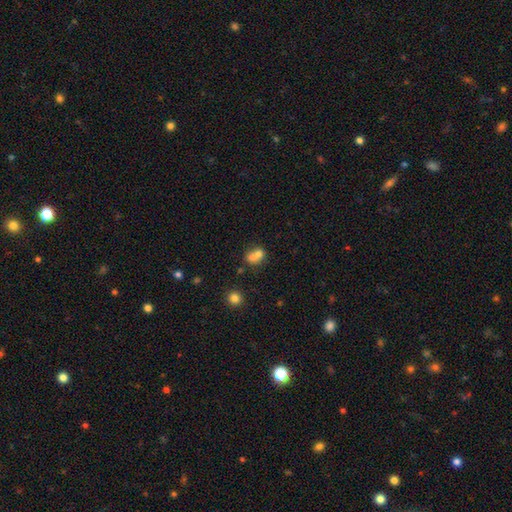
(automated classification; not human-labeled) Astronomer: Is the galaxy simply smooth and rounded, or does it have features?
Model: smooth — 70%.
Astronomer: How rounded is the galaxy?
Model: round — 62%.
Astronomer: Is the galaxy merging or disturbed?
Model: merger — 61%.